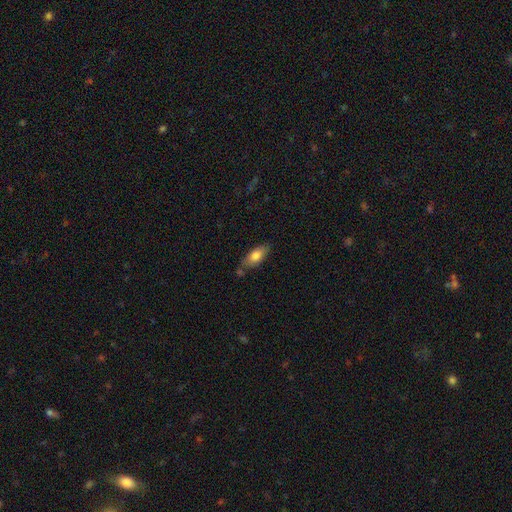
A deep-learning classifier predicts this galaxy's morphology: A smooth galaxy with no disk features (75%) that is in between round and cigar-shaped (80%).

Vote fractions:
- Smooth or featured? smooth: 75% / featured or disk: 18% / star or artifact: 7%
- How rounded? in between: 80% / cigar-shaped: 17% / round: 3%
- Merging? none: 69% / minor disturbance: 19% / merger: 8% / major disturbance: 4%